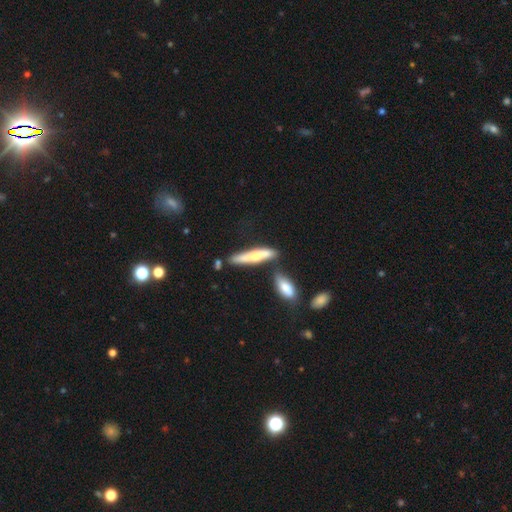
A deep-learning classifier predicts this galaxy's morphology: This appears to be a smooth galaxy with no disk features (52%) that is cigar-shaped (87%). Merging: none (62%).